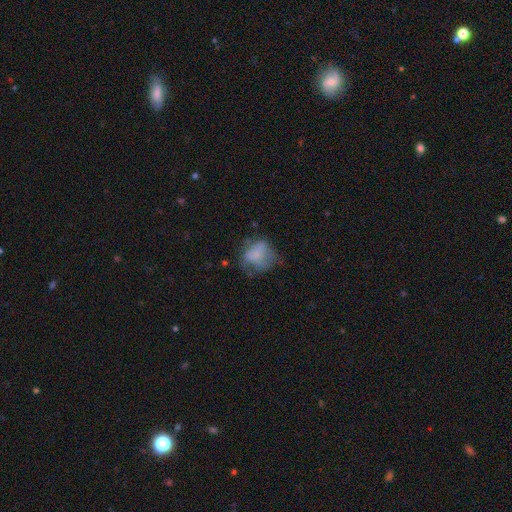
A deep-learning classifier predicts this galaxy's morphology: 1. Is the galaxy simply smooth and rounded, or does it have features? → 58% smooth, 30% featured or disk, 12% star or artifact.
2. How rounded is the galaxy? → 61% round, 38% in between, 1% cigar-shaped.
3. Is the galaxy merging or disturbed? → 41% none, 29% major disturbance, 28% minor disturbance, 3% merger.